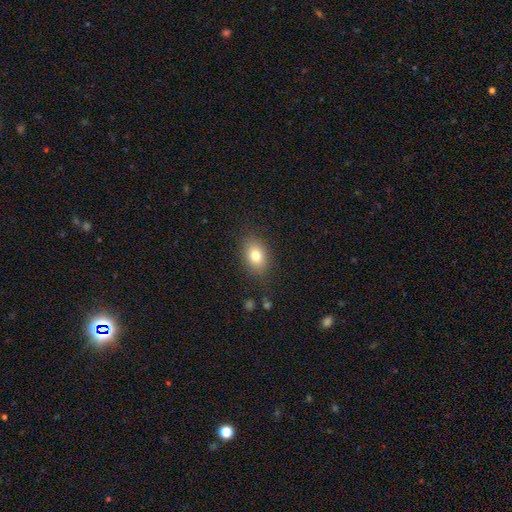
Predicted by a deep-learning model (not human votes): Smooth or featured: smooth — 79% (featured or disk — 11%)
How rounded: in between — 74% (round — 24%)
Merging: none — 84% (minor disturbance — 11%)